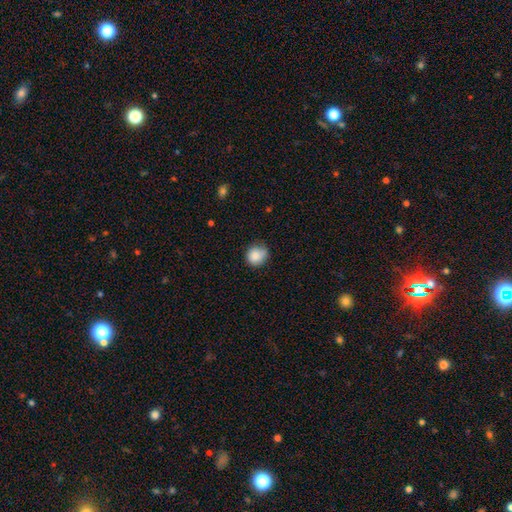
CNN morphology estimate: smooth-or-featured: smooth: 86% | star or artifact: 9% | featured or disk: 5%
  how-rounded: round: 83% | in between: 16% | cigar-shaped: 1%
  merging: none: 72% | minor disturbance: 23% | major disturbance: 4% | merger: 2%